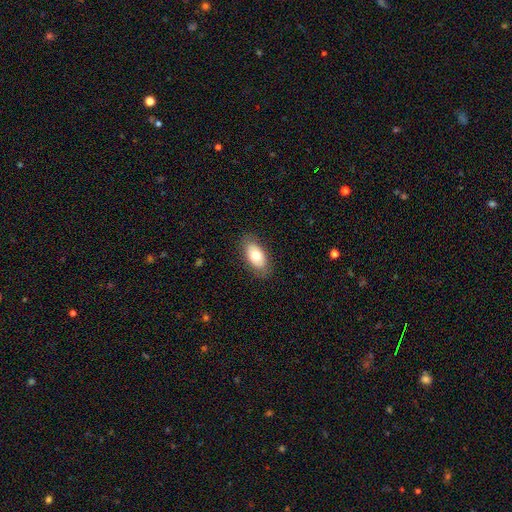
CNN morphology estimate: smooth 68%, featured or disk 25%, star or artifact 7%. Down the decision tree: how rounded — in between (92%); merging — none (84%).